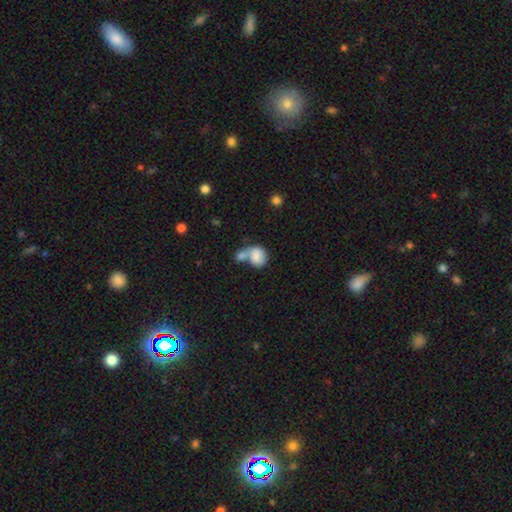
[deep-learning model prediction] The model was most divided on "how rounded": in between: 53%, round: 46%, cigar-shaped: 1%. More confident: smooth or featured — smooth (78%); merging — merger (61%).